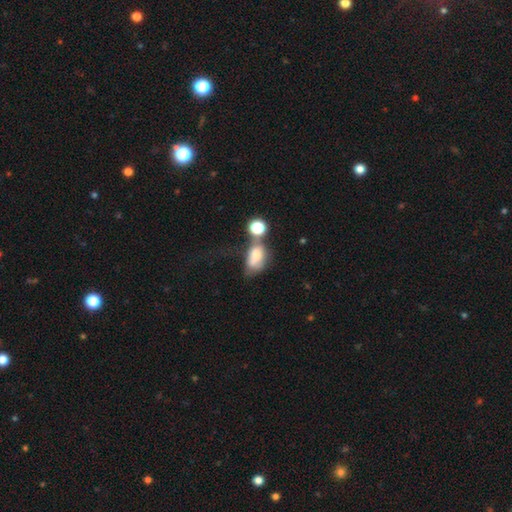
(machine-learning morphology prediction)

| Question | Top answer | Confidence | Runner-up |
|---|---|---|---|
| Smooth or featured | smooth | 65% | featured or disk (22%) |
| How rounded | in between | 80% | round (17%) |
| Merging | merger | 40% | major disturbance (23%) |